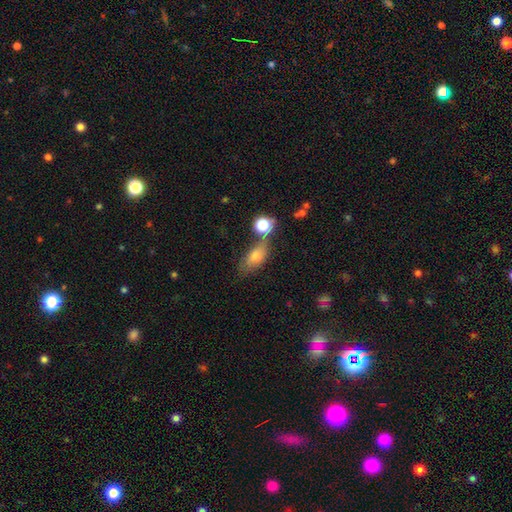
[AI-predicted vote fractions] Smooth or featured? smooth (68%)
How rounded? in between (77%)
Merging? none (39%)